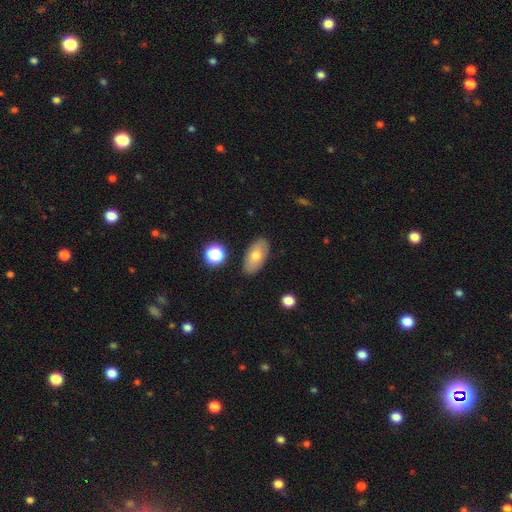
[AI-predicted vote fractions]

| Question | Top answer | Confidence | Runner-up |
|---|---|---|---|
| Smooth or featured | smooth | 71% | featured or disk (22%) |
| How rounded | in between | 92% | round (4%) |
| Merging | none | 86% | minor disturbance (10%) |